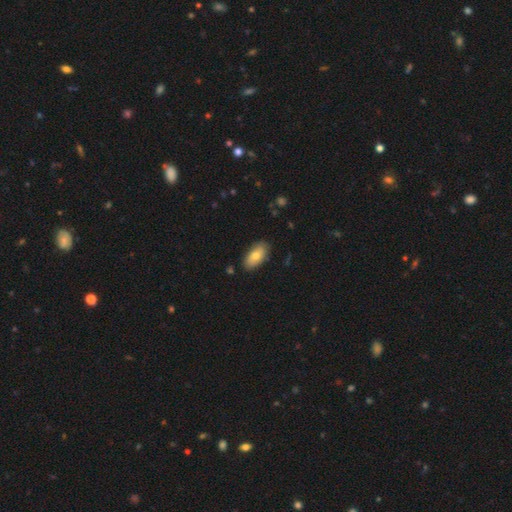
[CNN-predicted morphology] smooth_or_featured: smooth (p=0.71) [alt: featured or disk p=0.22]
how_rounded: in between (p=0.92) [alt: cigar-shaped p=0.04]
merging: none (p=0.82) [alt: minor disturbance p=0.14]